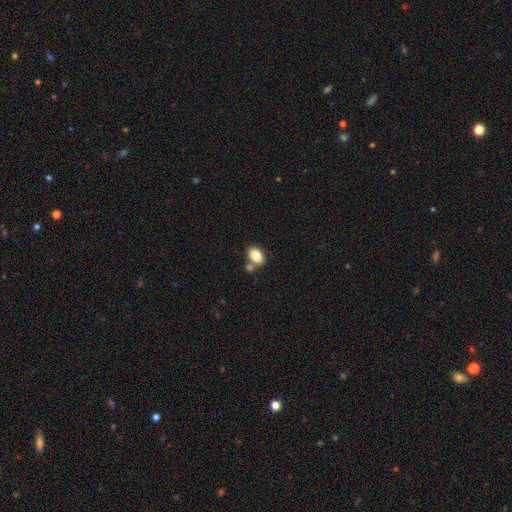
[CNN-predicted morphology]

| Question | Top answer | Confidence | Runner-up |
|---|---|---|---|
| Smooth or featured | smooth | 83% | featured or disk (9%) |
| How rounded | in between | 83% | round (16%) |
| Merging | none | 60% | merger (24%) |